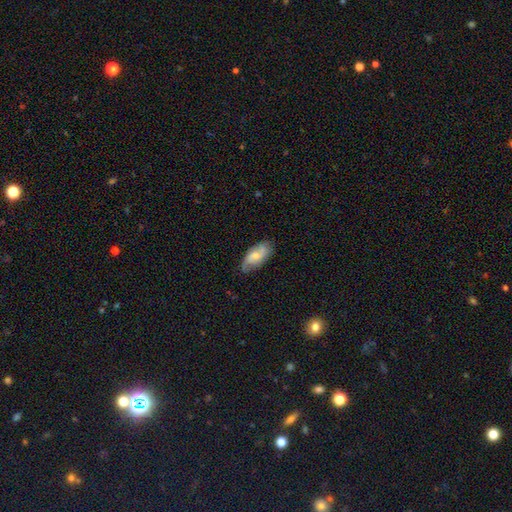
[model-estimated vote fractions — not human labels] A featured or disk galaxy (57%) with no bar (53%), spiral arms (89%) and a small central bulge (49%).

Vote fractions:
- Smooth or featured? featured or disk: 57% / smooth: 37% / star or artifact: 6%
- Edge-on disk? no: 93% / yes: 7%
- Bar? no: 53% / weak: 40% / strong: 7%
- Spiral arms? yes: 89% / no: 11%
- Bulge size? small: 49% / moderate: 41% / none: 5% / large: 3% / dominant: 1%
- Merging? none: 74% / minor disturbance: 20% / major disturbance: 5% / merger: 1%